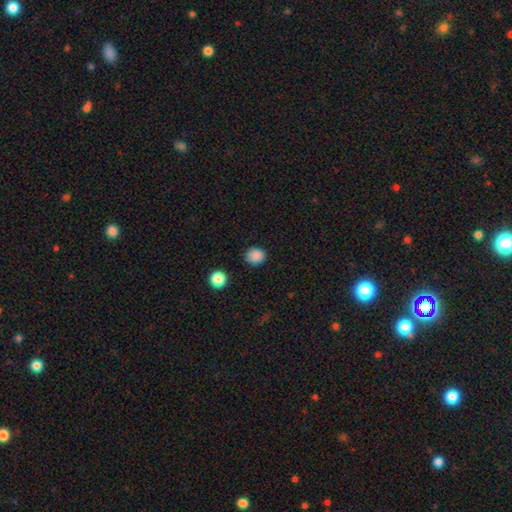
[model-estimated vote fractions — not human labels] Overall: smooth (86%). How rounded: round (85%). Merging: none (88%).